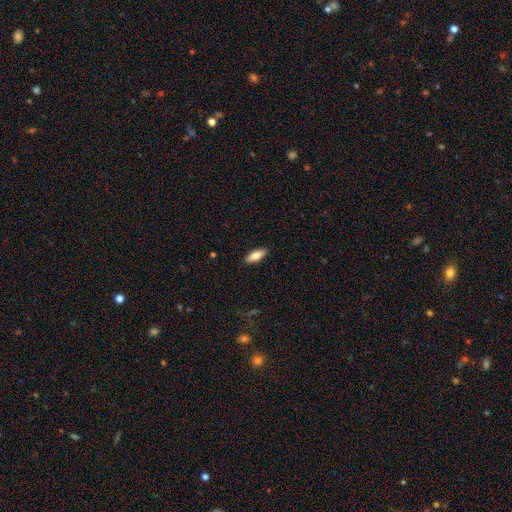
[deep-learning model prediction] This appears to be a smooth galaxy with no disk features (79%) that is in between round and cigar-shaped (67%). Merging: none (90%).